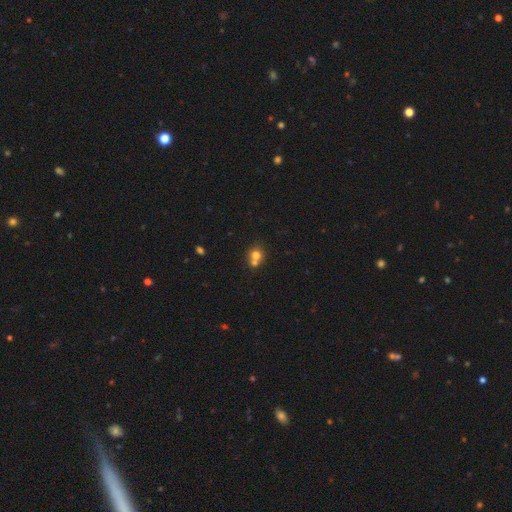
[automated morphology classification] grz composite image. It shows a smooth galaxy with no disk features (73%) that is round (81%). Merging: merger (50%).